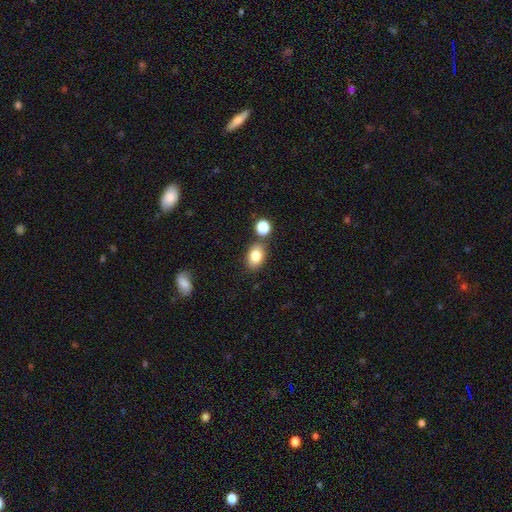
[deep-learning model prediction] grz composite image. It shows a smooth galaxy with no disk features (81%) that is in between round and cigar-shaped (78%). Merging: none (75%).